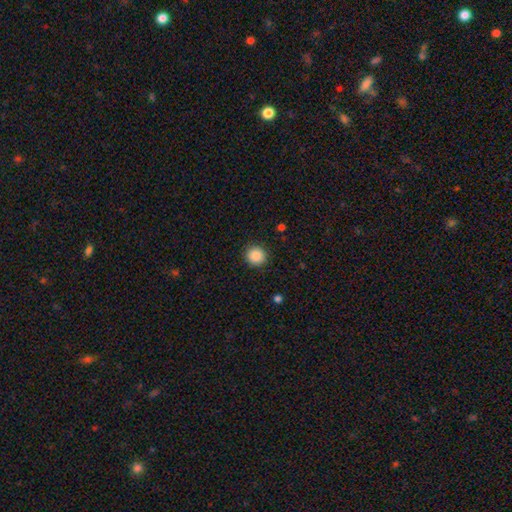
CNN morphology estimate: Overall: smooth (87%). How rounded: round (94%). Merging: none (92%).